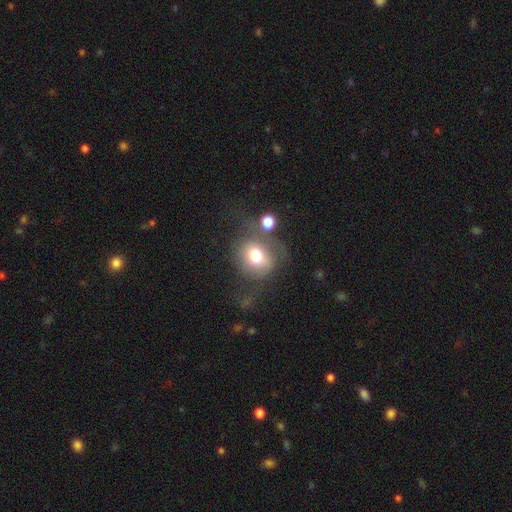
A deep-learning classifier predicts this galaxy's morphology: Overall: smooth (71%). How rounded: round (66%; in between 33%). Merging: none (40%; major disturbance 23%).